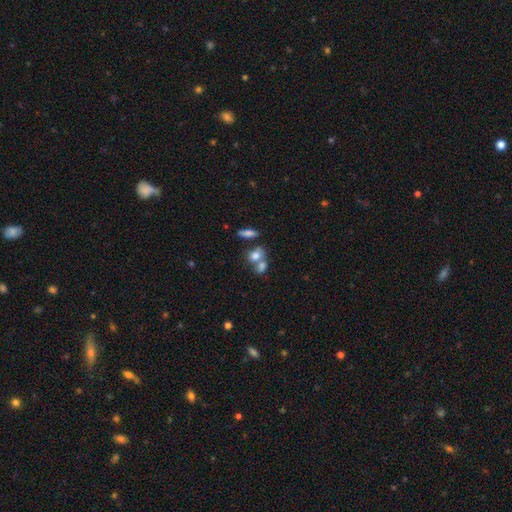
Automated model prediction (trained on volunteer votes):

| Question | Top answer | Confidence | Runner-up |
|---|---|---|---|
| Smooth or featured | smooth | 77% | featured or disk (13%) |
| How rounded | in between | 60% | round (36%) |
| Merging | merger | 51% | none (36%) |